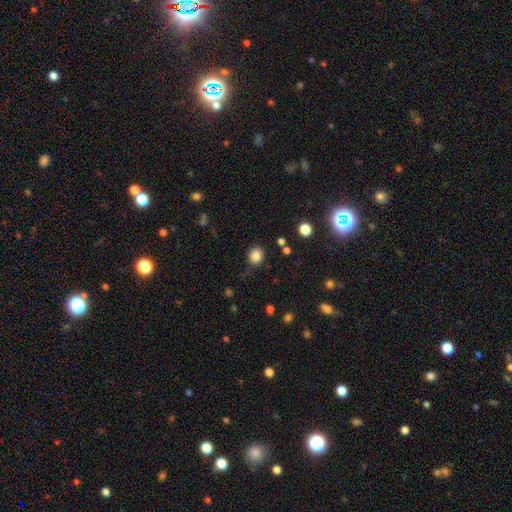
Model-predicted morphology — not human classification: type=smooth (84%); roundness=round (75%); merging=none (76%).